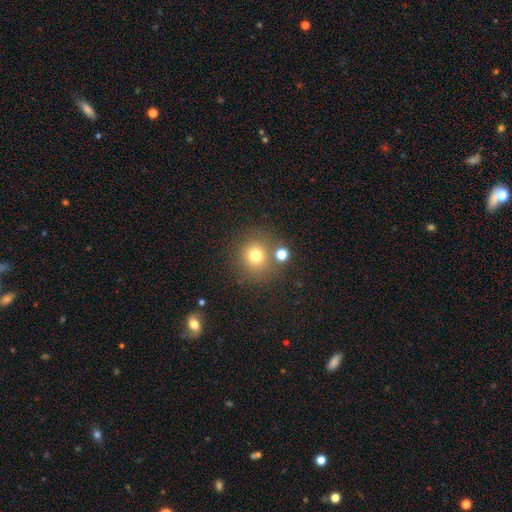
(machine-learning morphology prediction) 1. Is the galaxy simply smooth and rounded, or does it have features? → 74% smooth, 16% star or artifact, 10% featured or disk.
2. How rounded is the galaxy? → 90% round, 9% in between, 1% cigar-shaped.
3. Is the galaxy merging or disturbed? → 75% none, 12% merger, 9% minor disturbance, 4% major disturbance.